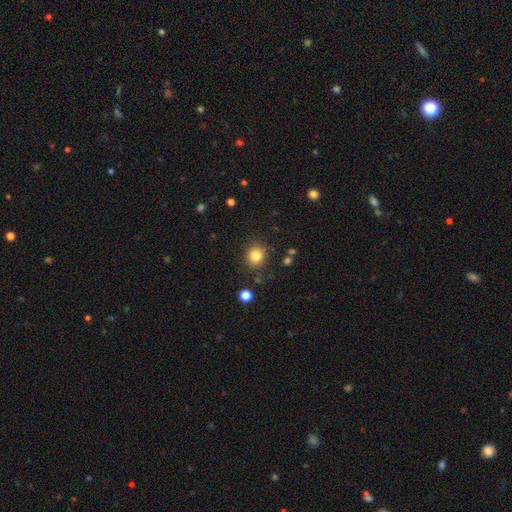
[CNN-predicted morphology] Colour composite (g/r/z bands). It shows a smooth galaxy with no disk features (82%) that is round (84%). Merging: none (87%).